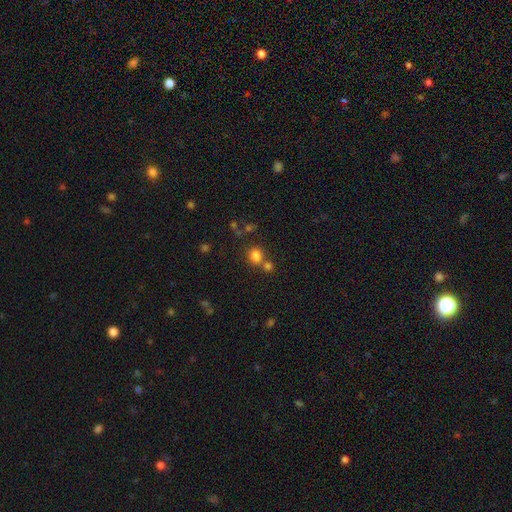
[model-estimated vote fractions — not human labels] The model was most divided on "merging": none: 53%, merger: 34%, minor disturbance: 9%, major disturbance: 4%. More confident: smooth or featured — smooth (77%); how rounded — round (68%).